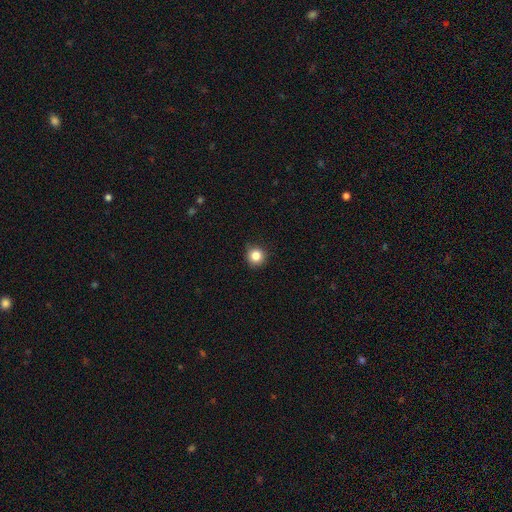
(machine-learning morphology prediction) The model was most divided on "smooth or featured": smooth: 84%, star or artifact: 11%, featured or disk: 5%. More confident: how rounded — round (94%); merging — none (88%).